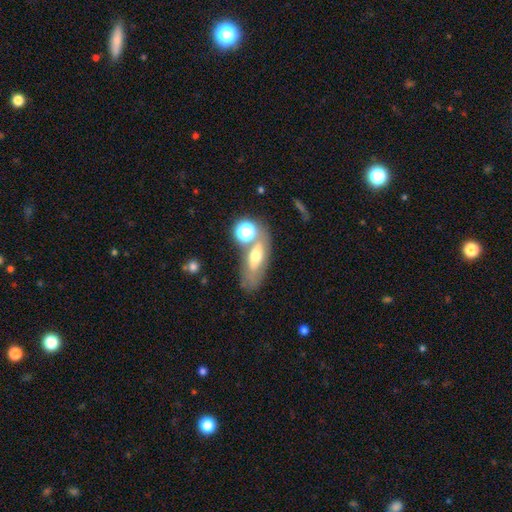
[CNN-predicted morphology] This is possibly a smooth galaxy (53%). How rounded: likely in between (70%). Merging: possibly none (50%).